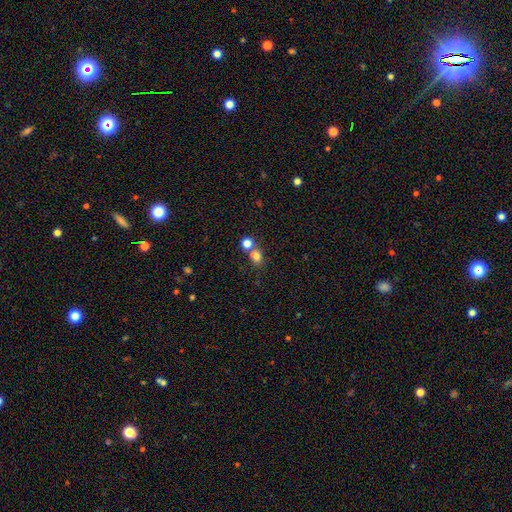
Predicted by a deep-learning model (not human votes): Smooth or featured? smooth (77%)
How rounded? round (60%)
Merging? none (47%)